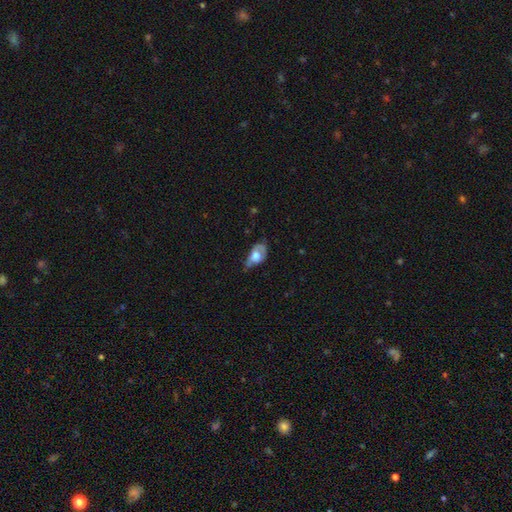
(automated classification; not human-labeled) A smooth galaxy with no disk features (54%) that is in between round and cigar-shaped (87%).

Vote fractions:
- Smooth or featured? smooth: 54% / featured or disk: 38% / star or artifact: 7%
- How rounded? in between: 87% / round: 10% / cigar-shaped: 3%
- Merging? minor disturbance: 40% / major disturbance: 31% / none: 26% / merger: 4%